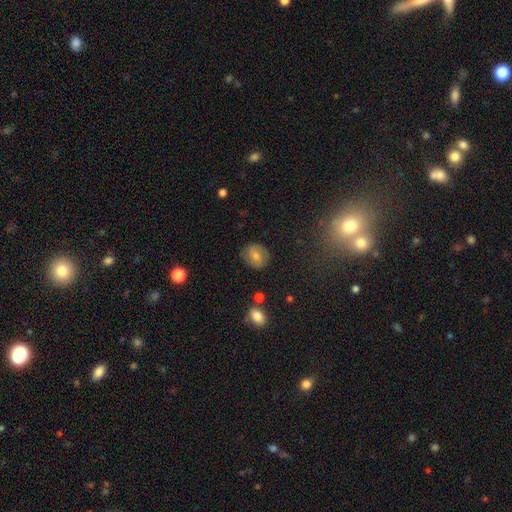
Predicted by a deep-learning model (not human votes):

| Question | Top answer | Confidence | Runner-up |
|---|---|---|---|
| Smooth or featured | smooth | 67% | featured or disk (23%) |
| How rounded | round | 62% | in between (37%) |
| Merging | none | 81% | minor disturbance (13%) |